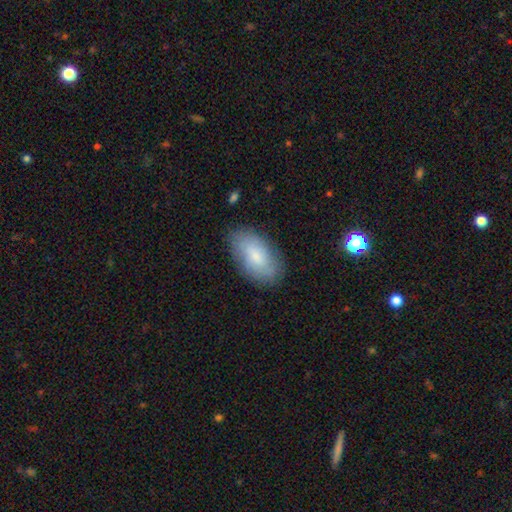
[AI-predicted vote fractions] This is likely a smooth galaxy (72%). How rounded: clearly in between (94%). Merging: clearly none (80%).